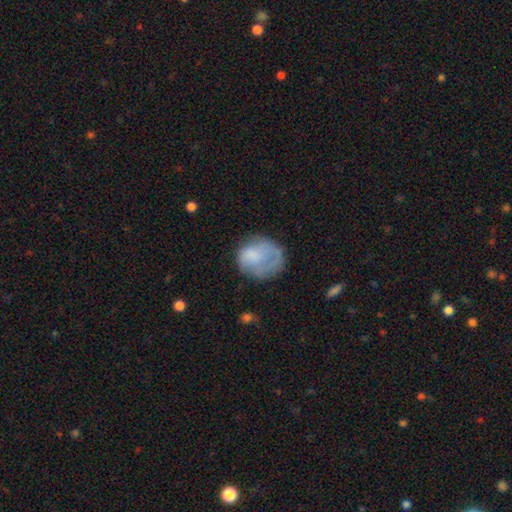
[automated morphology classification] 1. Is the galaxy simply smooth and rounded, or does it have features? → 68% smooth, 24% featured or disk, 8% star or artifact.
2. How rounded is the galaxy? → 64% round, 35% in between, 1% cigar-shaped.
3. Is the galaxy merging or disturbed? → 44% none, 29% minor disturbance, 26% major disturbance, 2% merger.